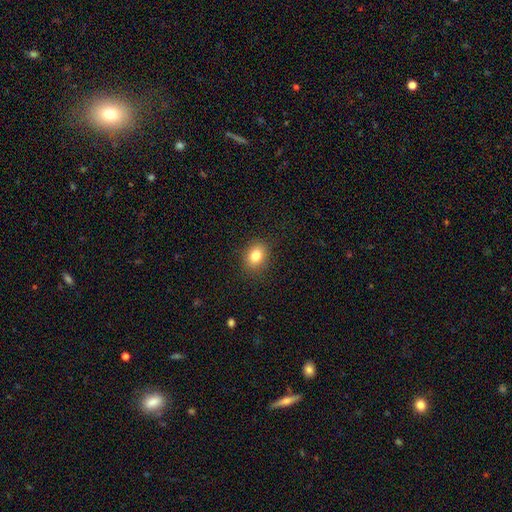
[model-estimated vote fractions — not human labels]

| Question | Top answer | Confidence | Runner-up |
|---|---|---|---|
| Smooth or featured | smooth | 82% | star or artifact (10%) |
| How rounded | in between | 55% | round (44%) |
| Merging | none | 89% | minor disturbance (8%) |